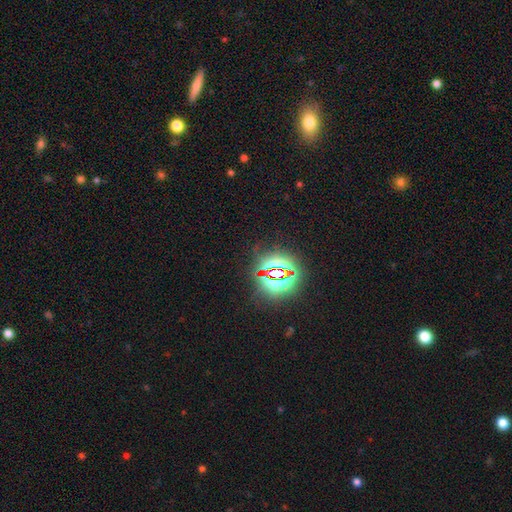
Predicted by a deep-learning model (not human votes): This is clearly a star or artifact rather than a galaxy (81%).